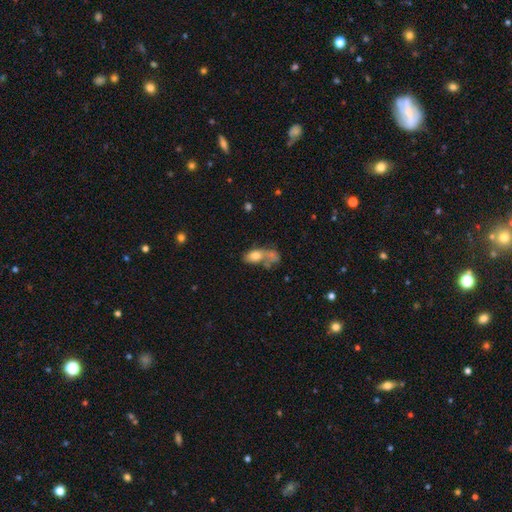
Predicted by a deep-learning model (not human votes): smooth-or-featured: smooth: 73% | featured or disk: 18% | star or artifact: 9%
  how-rounded: in between: 84% | round: 11% | cigar-shaped: 5%
  merging: merger: 52% | none: 23% | major disturbance: 13% | minor disturbance: 12%